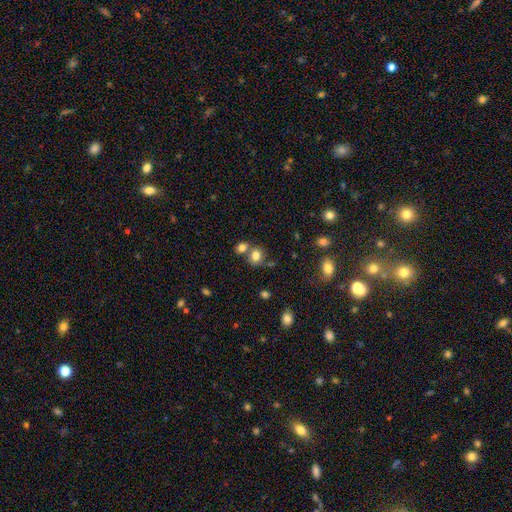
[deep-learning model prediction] Overall: smooth (80%). How rounded: round (69%; in between 30%). Merging: none (53%; merger 33%).